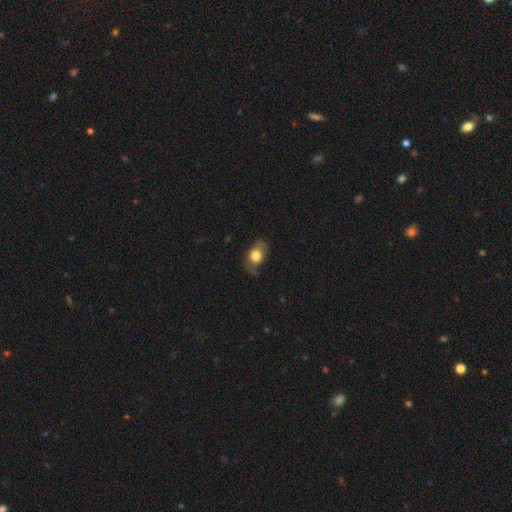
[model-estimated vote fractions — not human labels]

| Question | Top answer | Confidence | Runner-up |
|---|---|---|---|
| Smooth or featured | smooth | 73% | featured or disk (19%) |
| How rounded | in between | 73% | round (25%) |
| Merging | none | 56% | minor disturbance (30%) |